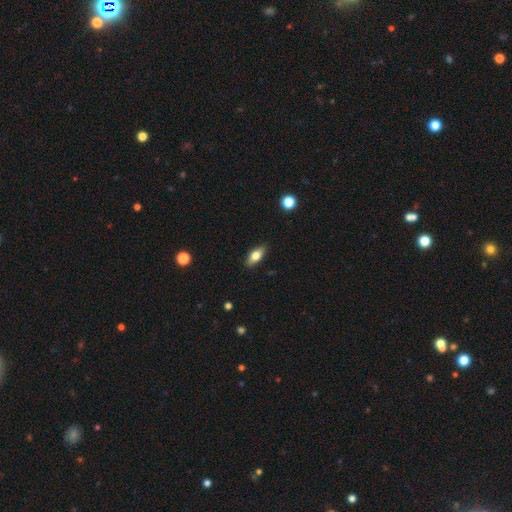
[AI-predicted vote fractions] Overall: smooth (71%). How rounded: in between (81%). Merging: none (87%).